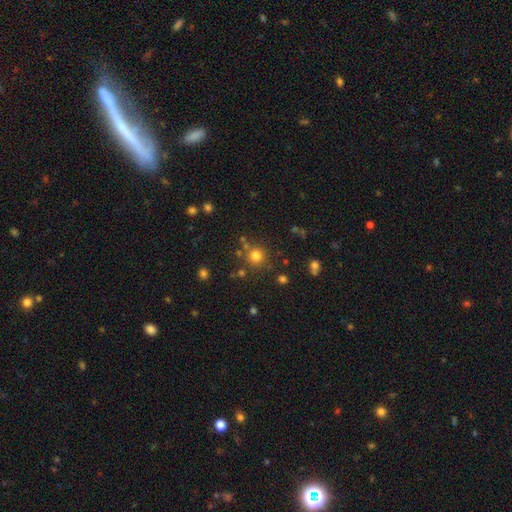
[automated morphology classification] smooth_or_featured: smooth (p=0.77) [alt: star or artifact p=0.16]
how_rounded: round (p=0.94) [alt: in between p=0.05]
merging: none (p=0.80) [alt: minor disturbance p=0.08]